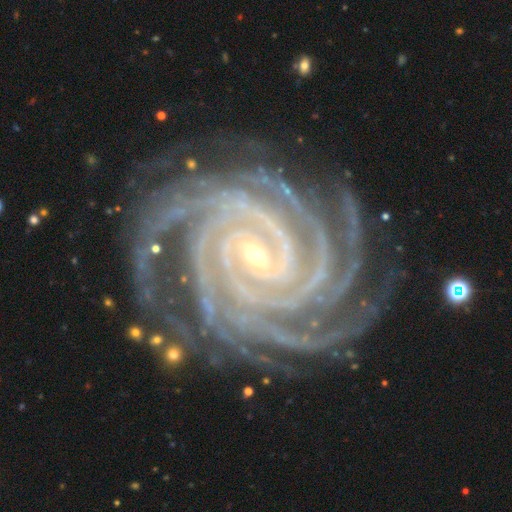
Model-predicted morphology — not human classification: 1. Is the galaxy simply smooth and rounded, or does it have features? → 95% featured or disk, 3% star or artifact, 2% smooth.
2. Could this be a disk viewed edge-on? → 98% no, 2% yes.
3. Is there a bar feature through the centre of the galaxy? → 35% strong, 33% weak, 32% no.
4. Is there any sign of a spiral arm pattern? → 99% yes, 1% no.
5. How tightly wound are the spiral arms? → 89% tight, 10% medium, 1% loose.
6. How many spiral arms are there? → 34% 4, 28% more than 4, 12% 3, 9% 2, 9% can't tell, 8% 1.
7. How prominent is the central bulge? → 80% small, 17% moderate, 1% none, 1% large, 1% dominant.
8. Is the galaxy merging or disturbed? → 81% none, 14% minor disturbance, 4% major disturbance, 2% merger.